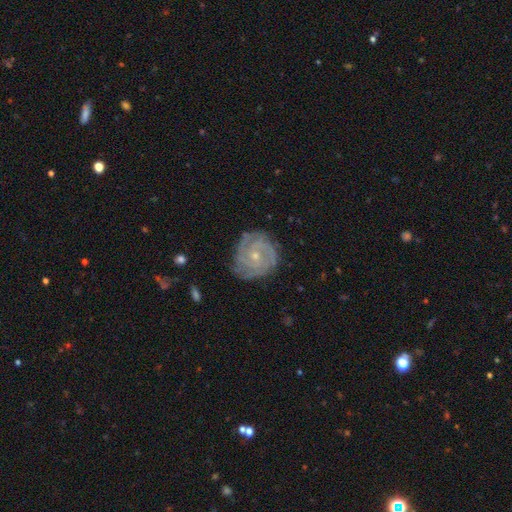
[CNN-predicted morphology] Smooth or featured? Predicted: featured or disk (p=0.86). Edge-on disk? Predicted: no (p=0.98). Bar? Predicted: no (p=0.72). Spiral arms? Predicted: yes (p=0.97). Spiral winding? Predicted: tight (p=0.74). Spiral arm count? Predicted: 3 (p=0.33). Bulge size? Predicted: small (p=0.67). Merging? Predicted: none (p=0.78).